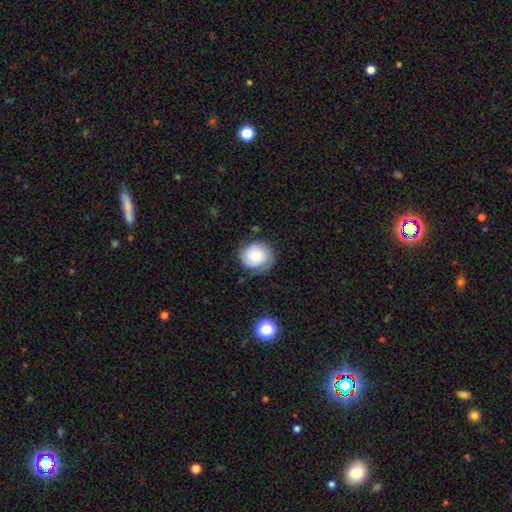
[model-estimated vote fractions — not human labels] smooth 69%, featured or disk 23%, star or artifact 8%. Down the decision tree: how rounded — round (88%); merging — none (74%).